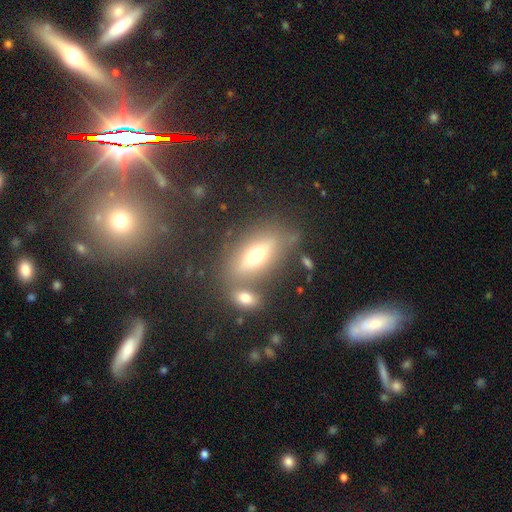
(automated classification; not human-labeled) Smooth or featured?
  - smooth: 50% *
  - featured or disk: 39%
  - star or artifact: 11%
Merging?
  - none: 68% *
  - merger: 15%
  - minor disturbance: 12%
  - major disturbance: 5%